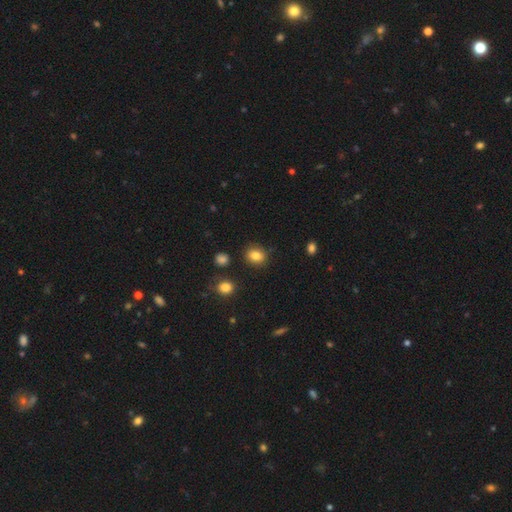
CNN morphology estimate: A smooth galaxy with no disk features (84%) that is round (57%). Merging: none (86%).